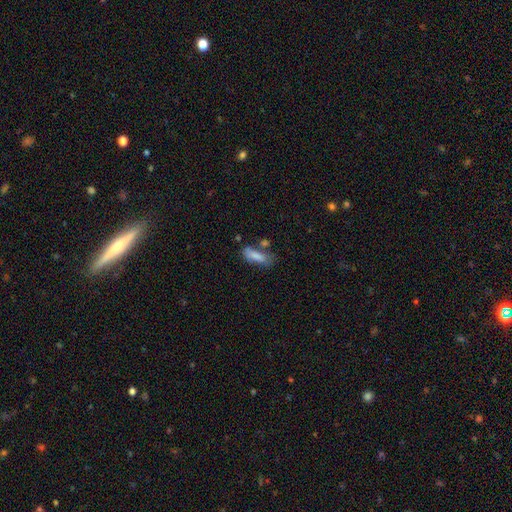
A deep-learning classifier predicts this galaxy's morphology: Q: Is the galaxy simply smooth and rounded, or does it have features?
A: smooth — 76%.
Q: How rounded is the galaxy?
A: in between — 61%.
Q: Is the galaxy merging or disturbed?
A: none — 45%.